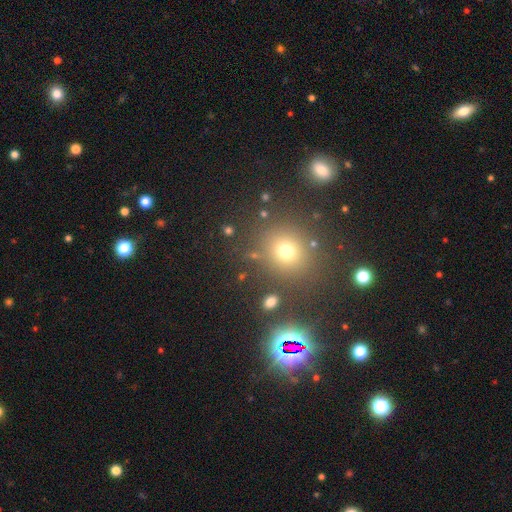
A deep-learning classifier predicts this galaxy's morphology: This appears to be a smooth galaxy with no disk features (57%) that is round (85%). Merging: none (82%).